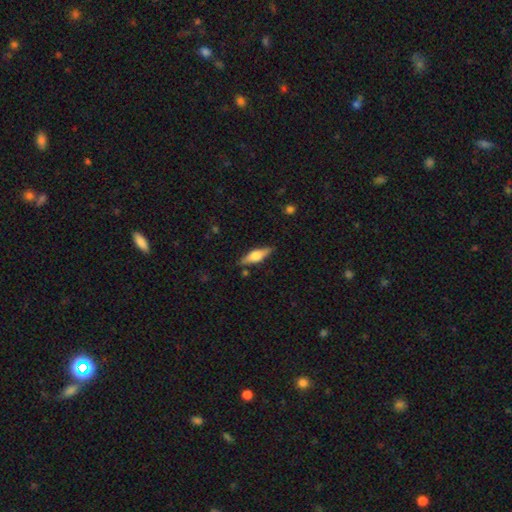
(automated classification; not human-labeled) This appears to be a featured or disk galaxy (49%). Merging: none (85%).